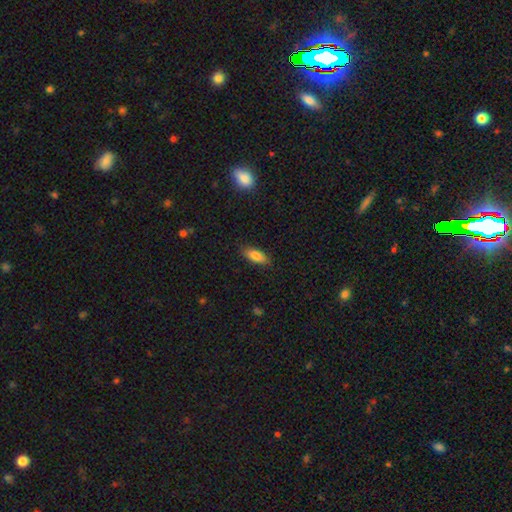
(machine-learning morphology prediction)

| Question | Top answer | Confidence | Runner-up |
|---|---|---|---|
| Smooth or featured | smooth | 83% | featured or disk (10%) |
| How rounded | in between | 80% | cigar-shaped (17%) |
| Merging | none | 85% | minor disturbance (12%) |